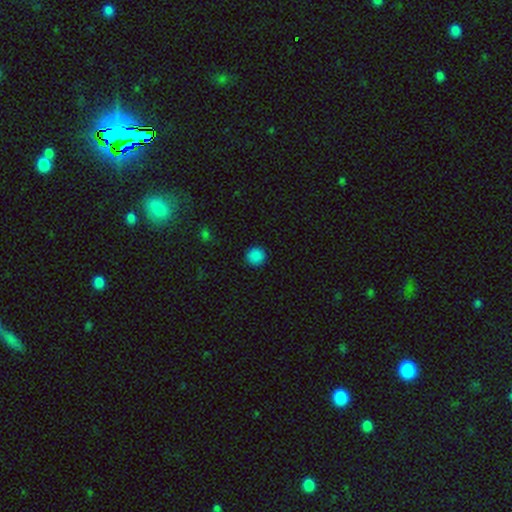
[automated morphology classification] smooth 88%, star or artifact 10%, featured or disk 2%. Down the decision tree: how rounded — round (95%); merging — none (92%).